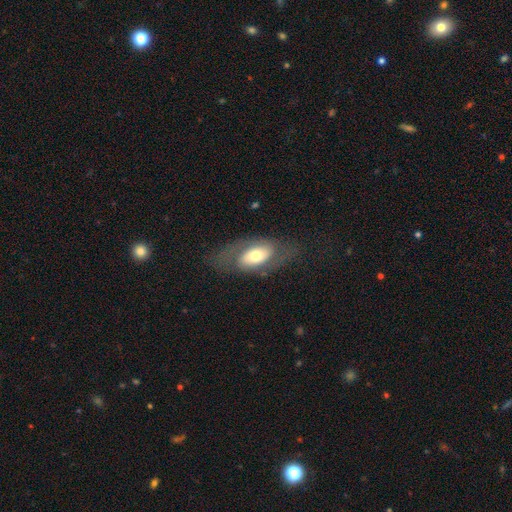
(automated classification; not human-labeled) featured or disk 52%, smooth 41%, star or artifact 7%. Down the decision tree: edge-on disk — no (86%); merging — none (66%).